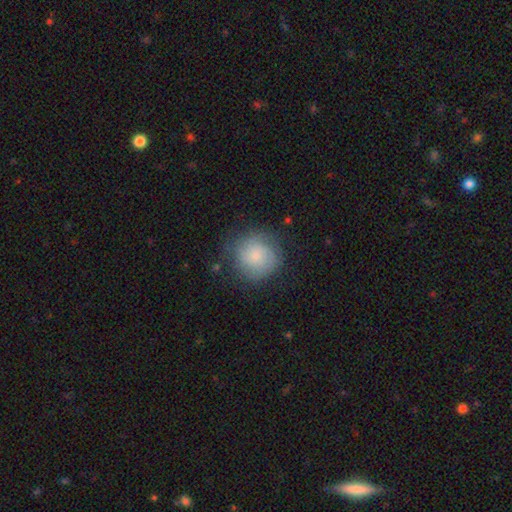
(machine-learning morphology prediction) smooth-or-featured: smooth: 65% | featured or disk: 28% | star or artifact: 8%
  how-rounded: round: 92% | in between: 7% | cigar-shaped: 1%
  merging: none: 72% | minor disturbance: 18% | major disturbance: 8% | merger: 1%